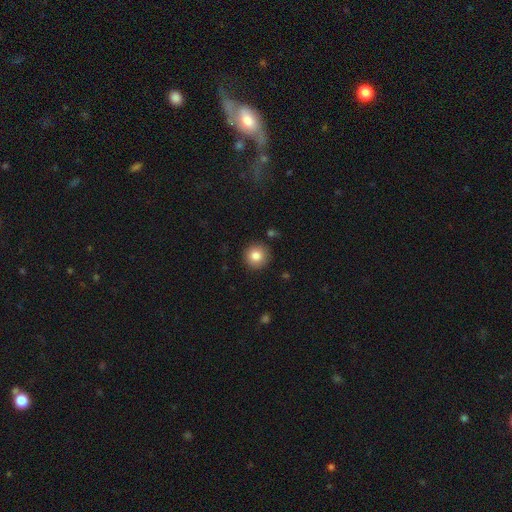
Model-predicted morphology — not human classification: The model was most divided on "smooth or featured": smooth: 83%, star or artifact: 10%, featured or disk: 8%. More confident: how rounded — round (95%); merging — none (89%).